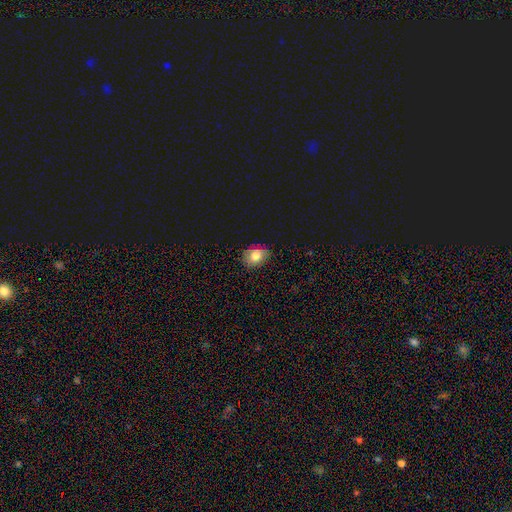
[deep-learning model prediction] smooth-or-featured: smooth: 79% | featured or disk: 11% | star or artifact: 10%
  how-rounded: in between: 56% | round: 43% | cigar-shaped: 1%
  merging: none: 83% | minor disturbance: 14% | major disturbance: 3% | merger: 1%